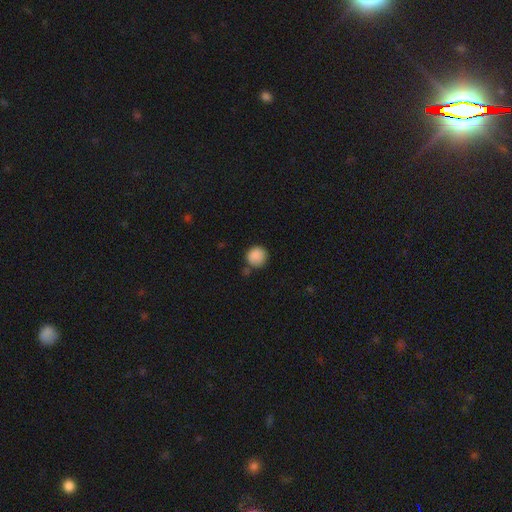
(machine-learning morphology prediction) Smooth or featured? smooth (88%)
How rounded? round (91%)
Merging? none (75%)